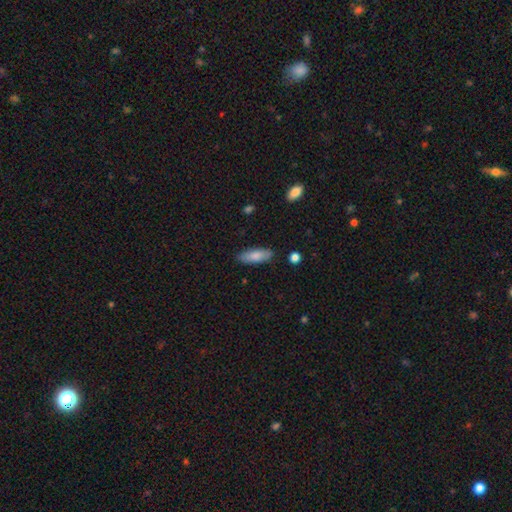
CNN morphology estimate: This appears to be a smooth galaxy with no disk features (80%) that is in between round and cigar-shaped (66%). Merging: none (85%).